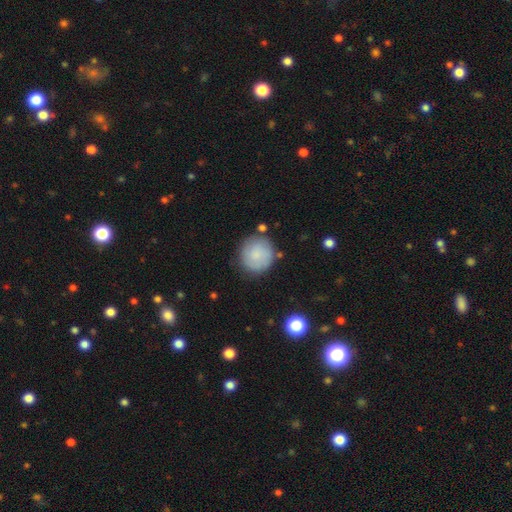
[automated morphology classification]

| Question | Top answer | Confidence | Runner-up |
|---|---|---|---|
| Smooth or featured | smooth | 79% | featured or disk (14%) |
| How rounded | round | 93% | in between (6%) |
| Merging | none | 80% | minor disturbance (13%) |